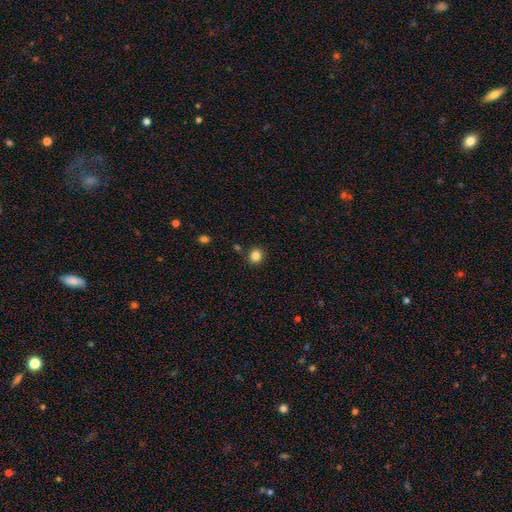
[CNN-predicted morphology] Smooth or featured? smooth (85%)
How rounded? round (89%)
Merging? none (87%)